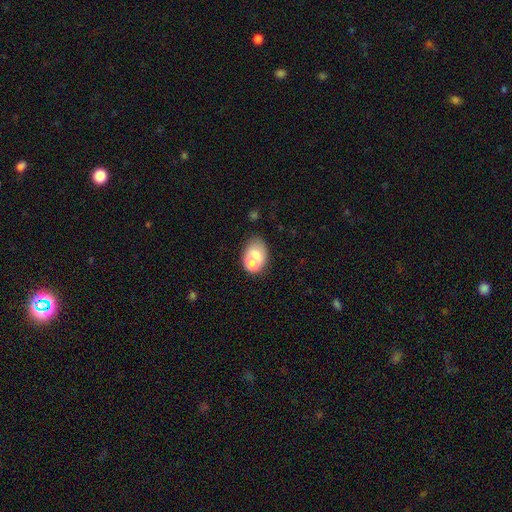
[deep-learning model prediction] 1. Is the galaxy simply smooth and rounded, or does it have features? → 65% smooth, 26% featured or disk, 10% star or artifact.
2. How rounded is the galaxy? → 69% in between, 30% round, 1% cigar-shaped.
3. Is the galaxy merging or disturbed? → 44% merger, 35% none, 13% minor disturbance, 7% major disturbance.